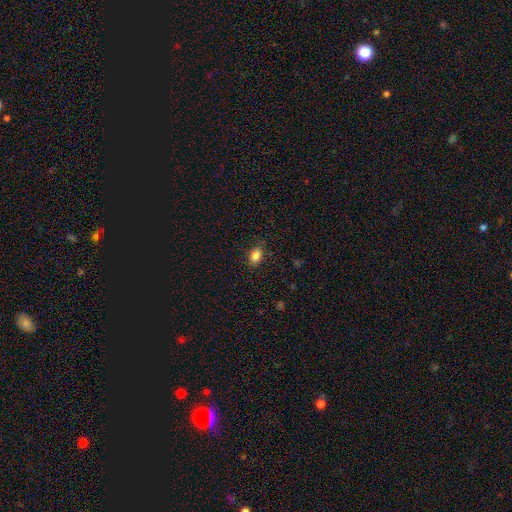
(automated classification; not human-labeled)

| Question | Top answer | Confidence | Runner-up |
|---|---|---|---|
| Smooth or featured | smooth | 85% | star or artifact (10%) |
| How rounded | in between | 79% | round (19%) |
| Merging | none | 86% | minor disturbance (11%) |